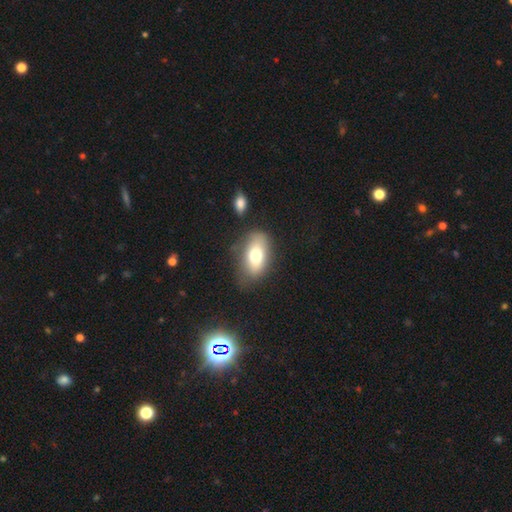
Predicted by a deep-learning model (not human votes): This appears to be a smooth galaxy with no disk features (73%) that is in between round and cigar-shaped (87%). Merging: none (69%).